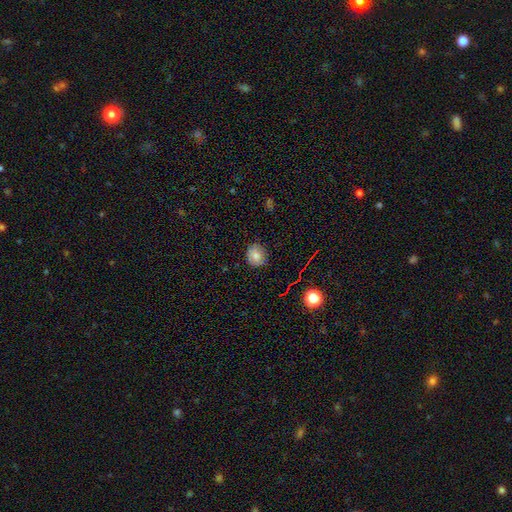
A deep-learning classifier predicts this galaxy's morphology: type=smooth (78%); roundness=round (72%); merging=none (82%).